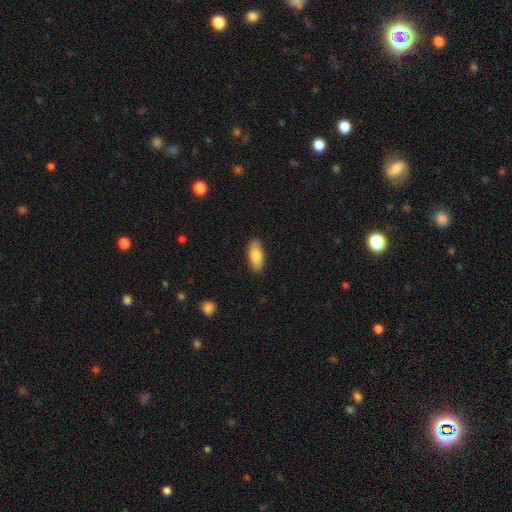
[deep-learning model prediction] smooth_or_featured: smooth (p=0.81) [alt: featured or disk p=0.13]
how_rounded: in between (p=0.85) [alt: cigar-shaped p=0.13]
merging: none (p=0.89) [alt: minor disturbance p=0.08]